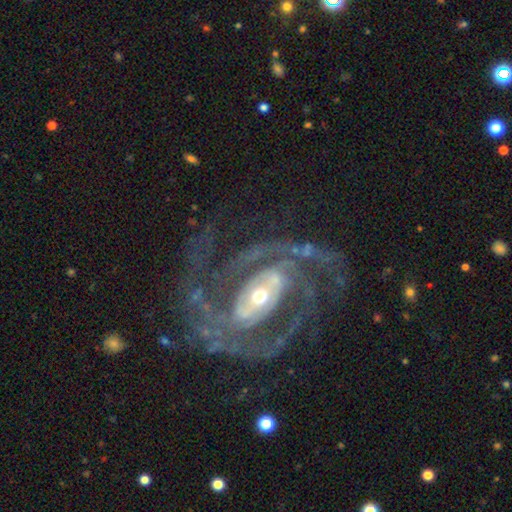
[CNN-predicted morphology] Smooth or featured? featured or disk (91%)
Edge-on disk? no (97%)
Bar? strong (43%)
Spiral arms? yes (97%)
Spiral winding? medium (49%)
Spiral arm count? 2 (66%)
Bulge size? small (52%)
Merging? none (69%)